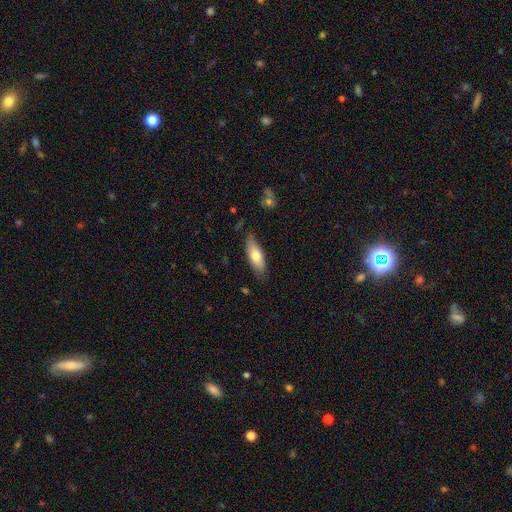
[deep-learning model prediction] Smooth or featured: smooth — 67% (featured or disk — 27%)
How rounded: in between — 63% (cigar-shaped — 34%)
Merging: none — 79% (minor disturbance — 16%)